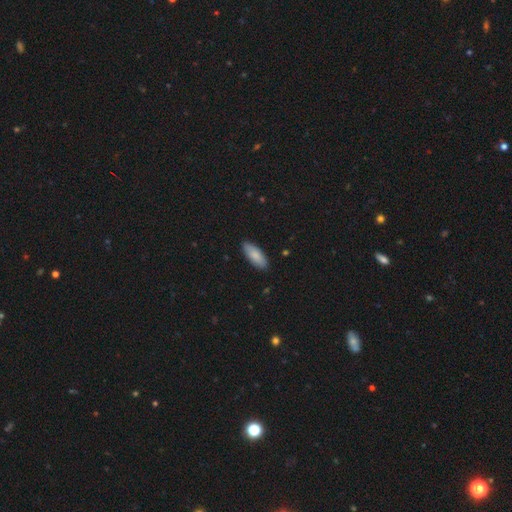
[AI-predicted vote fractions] Morphology: type=smooth (85%); roundness=in between (79%); merging=none (87%).